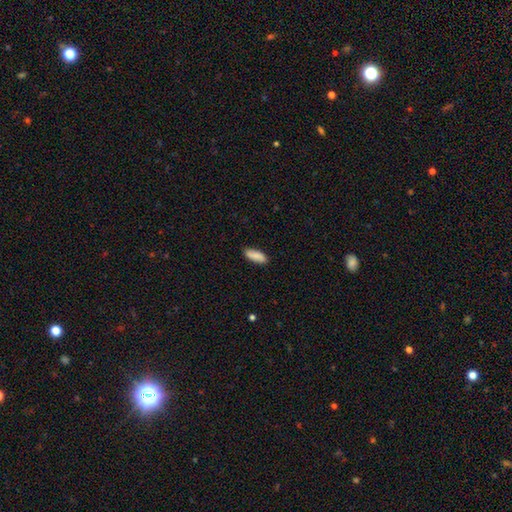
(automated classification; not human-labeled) Smooth or featured? Predicted: smooth (p=0.84). How rounded? Predicted: in between (p=0.68). Merging? Predicted: none (p=0.84).